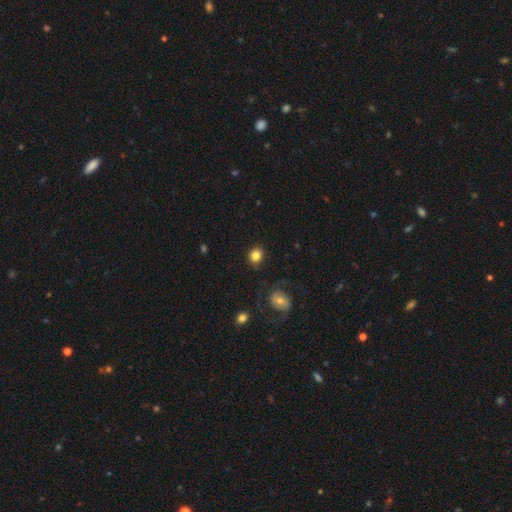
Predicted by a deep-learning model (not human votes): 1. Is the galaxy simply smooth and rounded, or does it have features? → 83% smooth, 9% star or artifact, 8% featured or disk.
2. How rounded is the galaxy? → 70% round, 29% in between, 1% cigar-shaped.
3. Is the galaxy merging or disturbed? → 83% none, 11% minor disturbance, 4% major disturbance, 2% merger.